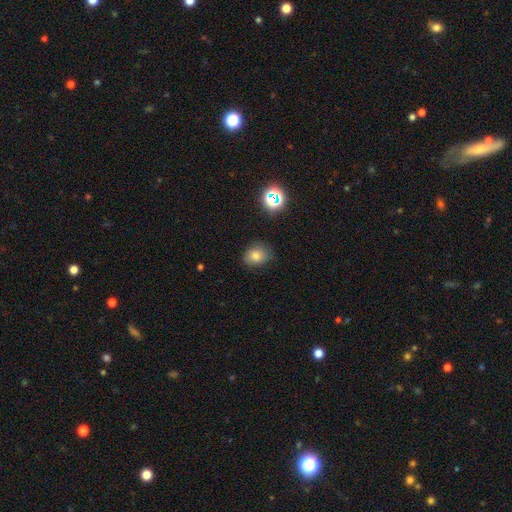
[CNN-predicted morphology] Smooth or featured? Predicted: smooth (p=0.76). How rounded? Predicted: round (p=0.53). Merging? Predicted: none (p=0.77).